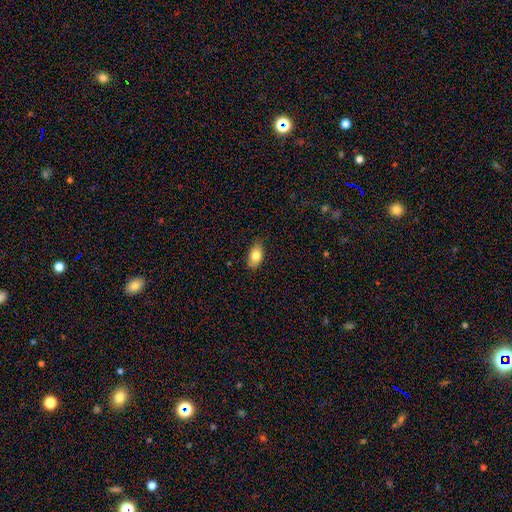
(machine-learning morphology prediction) The model was most divided on "merging": none: 80%, minor disturbance: 16%, major disturbance: 3%, merger: 1%. More confident: how rounded — in between (89%); smooth or featured — smooth (82%).